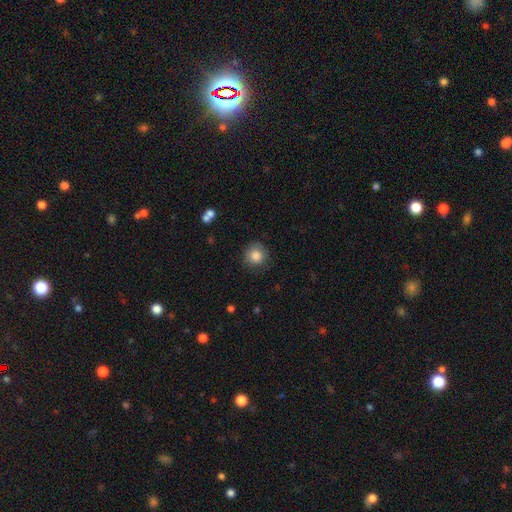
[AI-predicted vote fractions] smooth 84%, star or artifact 9%, featured or disk 7%. Down the decision tree: how rounded — round (92%); merging — none (81%).